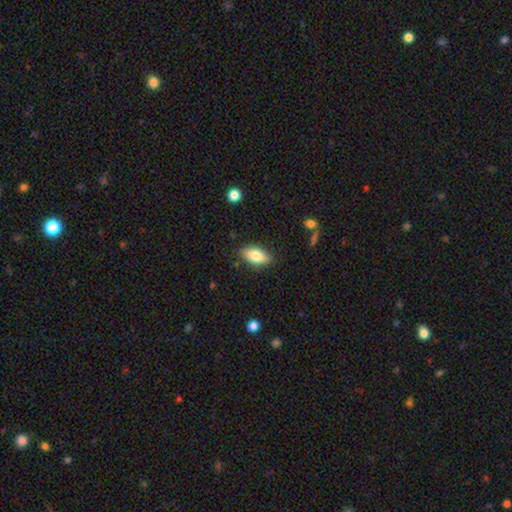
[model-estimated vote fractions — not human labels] smooth_or_featured: smooth (p=0.80) [alt: featured or disk p=0.13]
how_rounded: in between (p=0.88) [alt: cigar-shaped p=0.08]
merging: none (p=0.84) [alt: minor disturbance p=0.12]